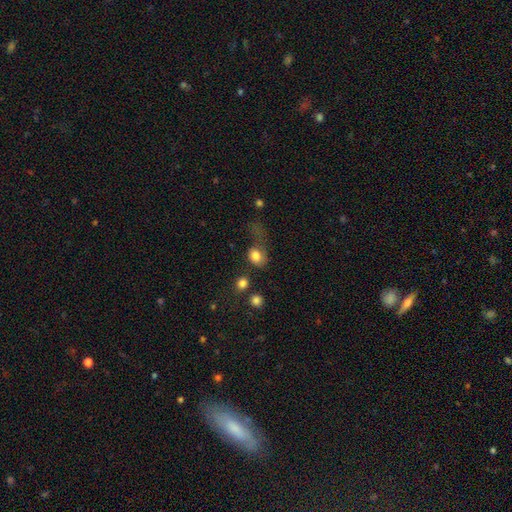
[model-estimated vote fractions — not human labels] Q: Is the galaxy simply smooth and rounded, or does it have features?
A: smooth — 81%.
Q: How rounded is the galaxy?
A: round — 49%, tied with in between.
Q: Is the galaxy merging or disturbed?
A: major disturbance — 35%.